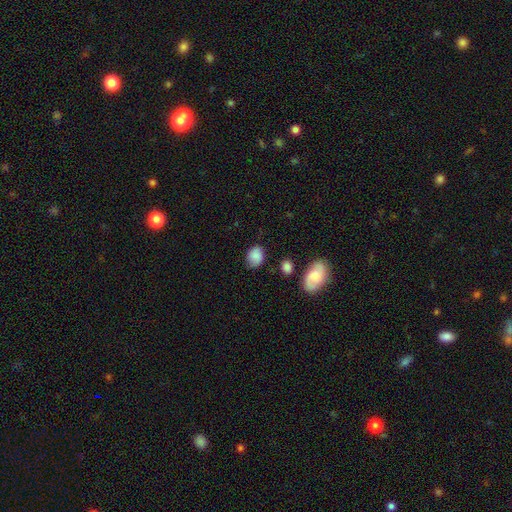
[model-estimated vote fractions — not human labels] smooth-or-featured: smooth: 81% | featured or disk: 10% | star or artifact: 8%
  how-rounded: in between: 54% | round: 45% | cigar-shaped: 1%
  merging: none: 69% | minor disturbance: 23% | major disturbance: 5% | merger: 3%